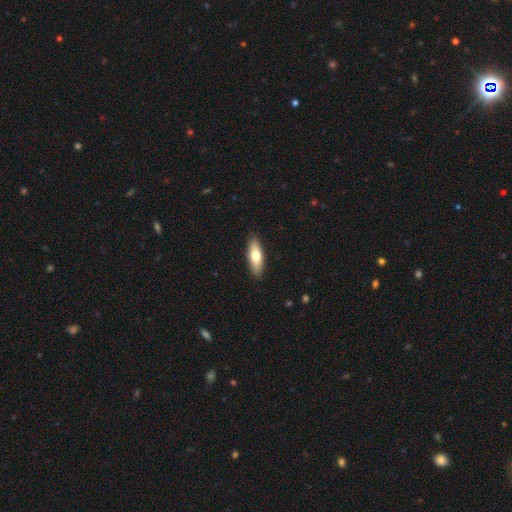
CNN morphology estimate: Smooth or featured? Predicted: smooth (p=0.70). How rounded? Predicted: in between (p=0.59). Merging? Predicted: none (p=0.90).